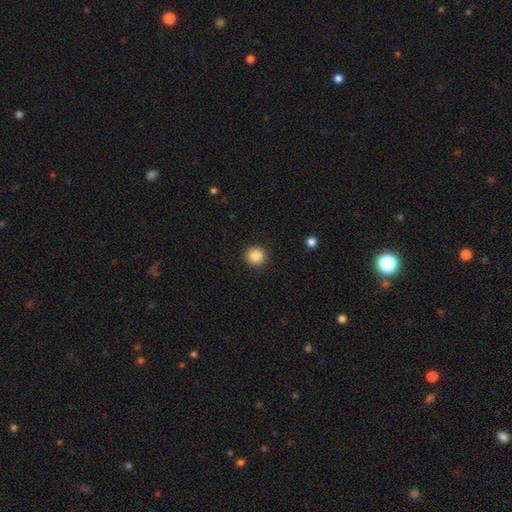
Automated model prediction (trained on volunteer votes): Overall: smooth (86%). How rounded: round (94%). Merging: none (92%).